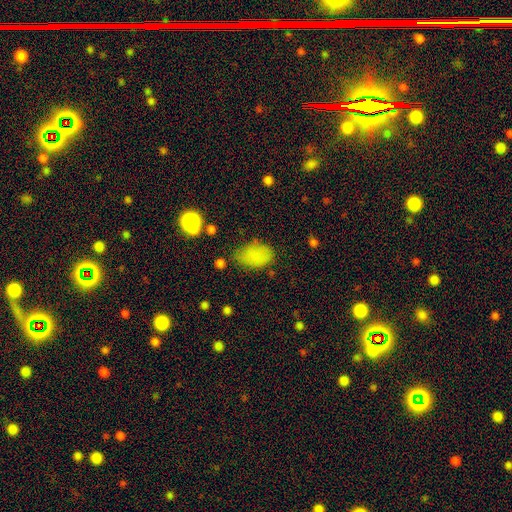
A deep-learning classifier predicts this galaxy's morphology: type=smooth (81%); roundness=in between (87%); merging=none (61%).